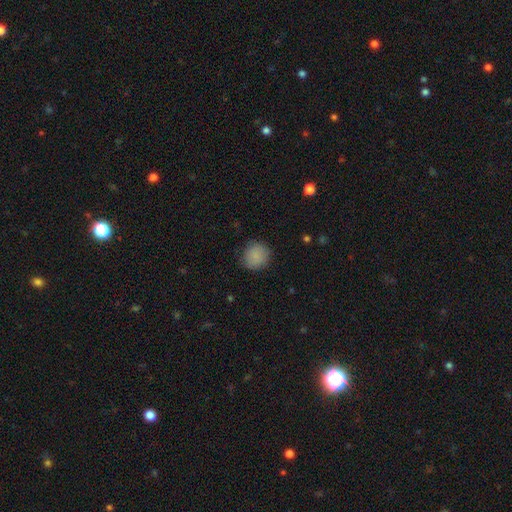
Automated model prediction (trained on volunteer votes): Smooth or featured: smooth — 87% (star or artifact — 9%)
How rounded: round — 86% (in between — 13%)
Merging: none — 84% (minor disturbance — 12%)